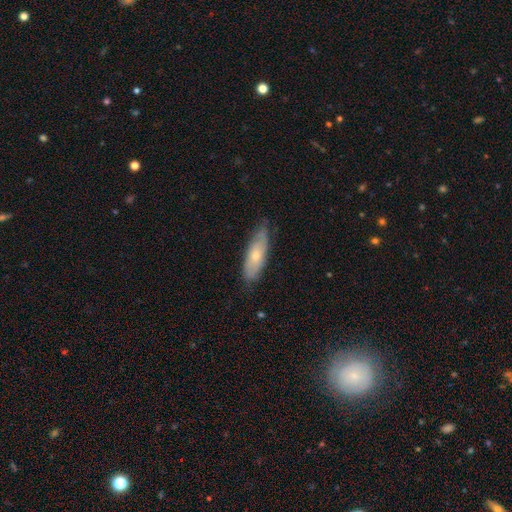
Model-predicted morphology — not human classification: This appears to be a smooth galaxy with no disk features (54%) that is in between round and cigar-shaped (57%). Merging: none (71%).